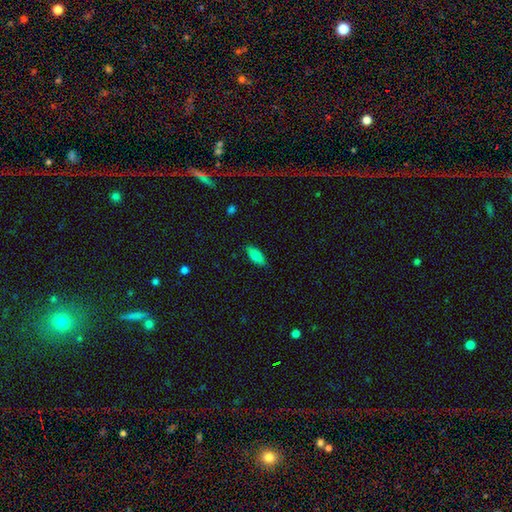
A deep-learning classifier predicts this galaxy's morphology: type=smooth (81%); roundness=in between (79%); merging=none (84%).